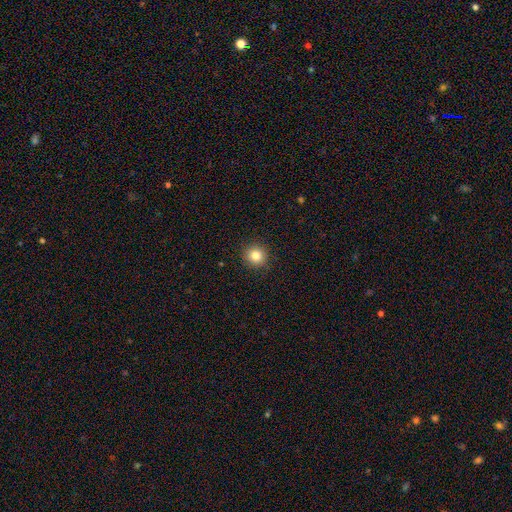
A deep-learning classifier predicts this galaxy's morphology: A smooth galaxy with no disk features (83%) that is round (94%). Merging: none (92%).